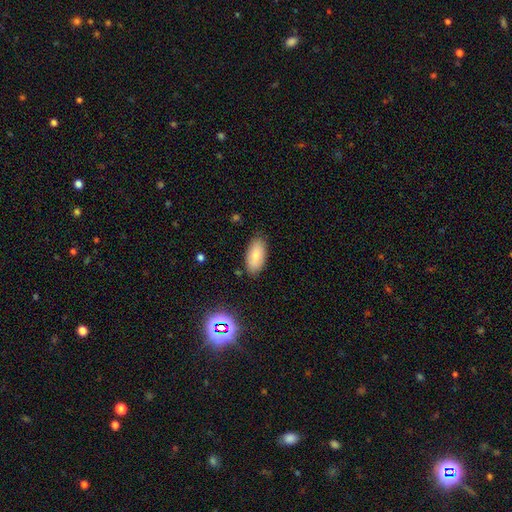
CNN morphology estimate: Smooth or featured: smooth — 79% (featured or disk — 13%)
How rounded: in between — 92% (cigar-shaped — 5%)
Merging: none — 84% (minor disturbance — 12%)